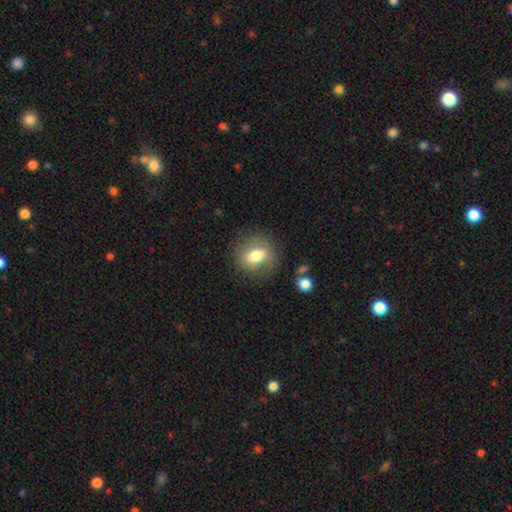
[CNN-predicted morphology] smooth_or_featured: smooth (p=0.66) [alt: featured or disk p=0.26]
how_rounded: round (p=0.54) [alt: in between p=0.44]
merging: none (p=0.78) [alt: minor disturbance p=0.14]